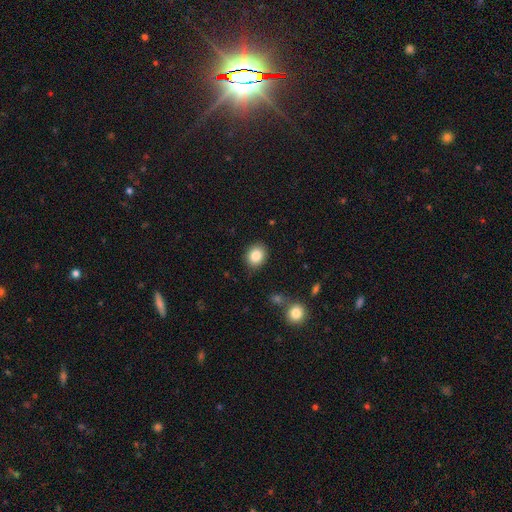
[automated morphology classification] smooth 86%, star or artifact 9%, featured or disk 5%. Down the decision tree: how rounded — round (60%); merging — none (85%).